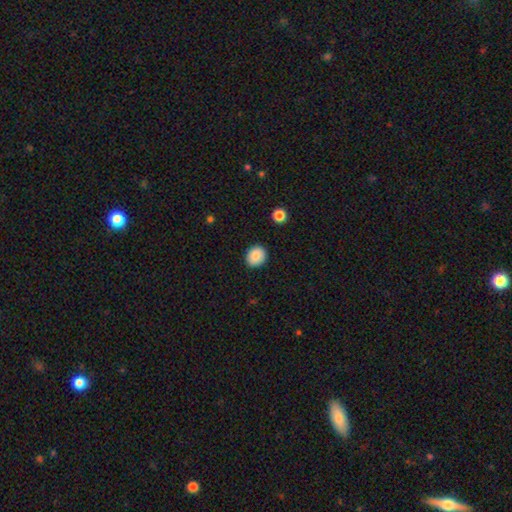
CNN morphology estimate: The model was most divided on "how rounded": round: 68%, in between: 32%, cigar-shaped: 1%. More confident: merging — none (89%); smooth or featured — smooth (87%).